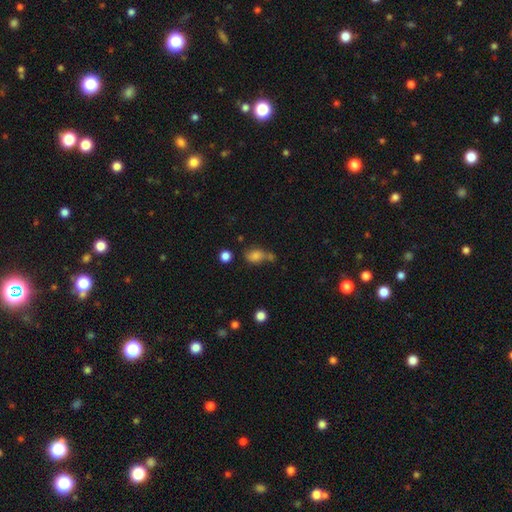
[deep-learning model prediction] The model was most divided on "merging": none: 47%, merger: 24%, minor disturbance: 20%, major disturbance: 9%. More confident: smooth or featured — smooth (77%); how rounded — in between (65%).